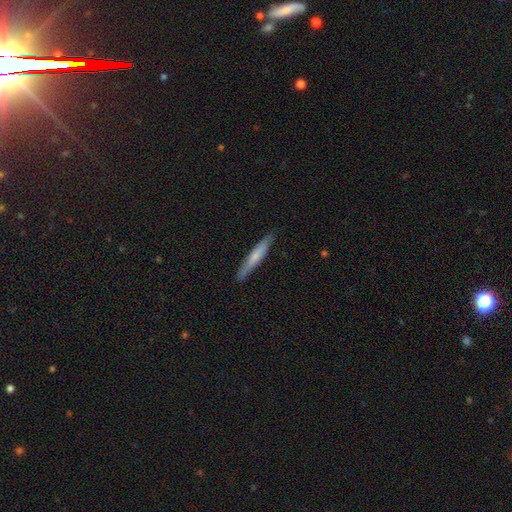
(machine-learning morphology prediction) A smooth galaxy with no disk features (61%) that is cigar-shaped (94%). Merging: none (88%).